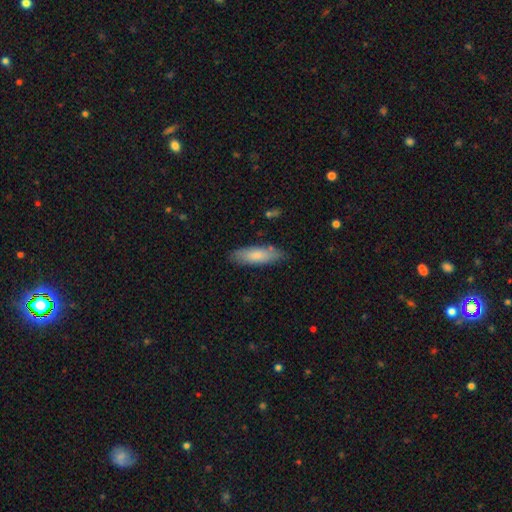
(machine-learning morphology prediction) smooth 78%, featured or disk 17%, star or artifact 5%. Down the decision tree: how rounded — in between (52%); merging — none (83%).